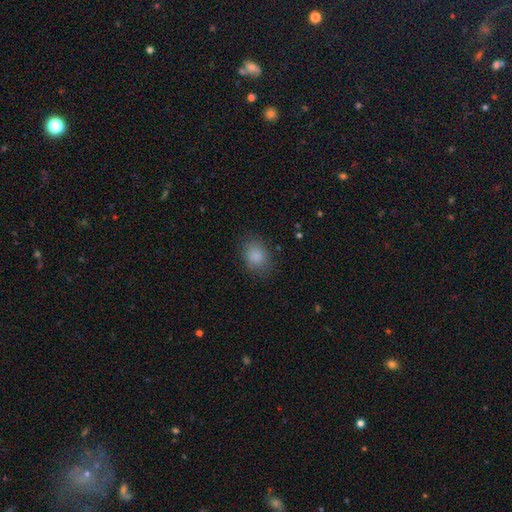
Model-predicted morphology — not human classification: type=smooth (86%); roundness=in between (51%); merging=none (82%).